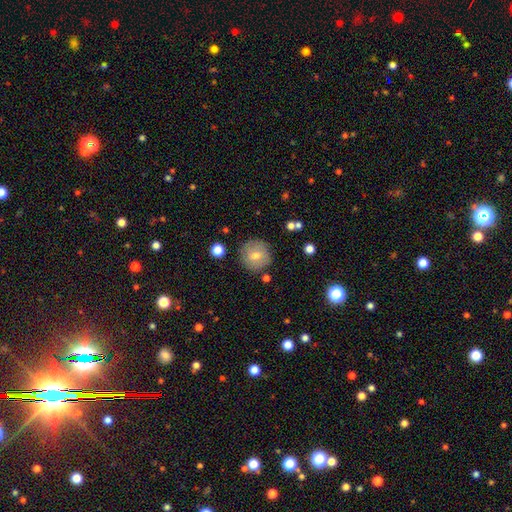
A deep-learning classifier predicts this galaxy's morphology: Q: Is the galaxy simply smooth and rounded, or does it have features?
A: smooth — 69%.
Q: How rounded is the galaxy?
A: round — 94%.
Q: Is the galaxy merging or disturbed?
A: none — 87%.